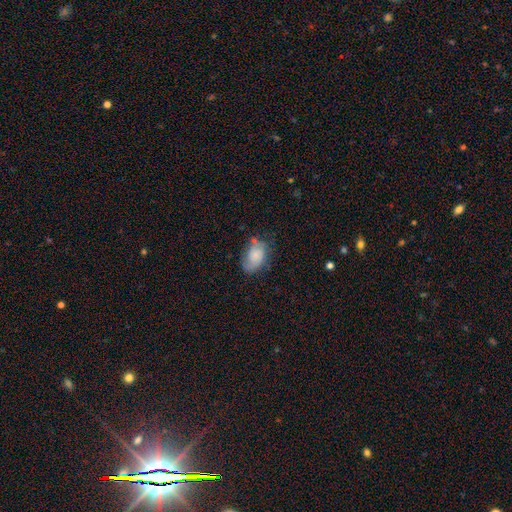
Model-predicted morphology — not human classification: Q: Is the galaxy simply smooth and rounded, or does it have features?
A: smooth — 63%.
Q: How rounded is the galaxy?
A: in between — 85%.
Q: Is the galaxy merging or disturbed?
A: none — 56%.